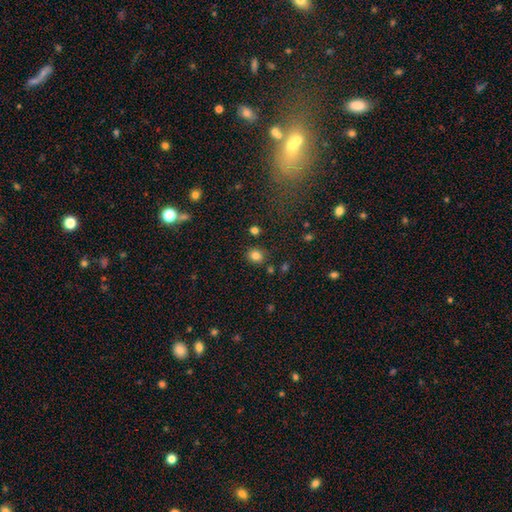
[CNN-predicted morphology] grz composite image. It shows a smooth galaxy with no disk features (82%) that is round (74%). Merging: none (82%).